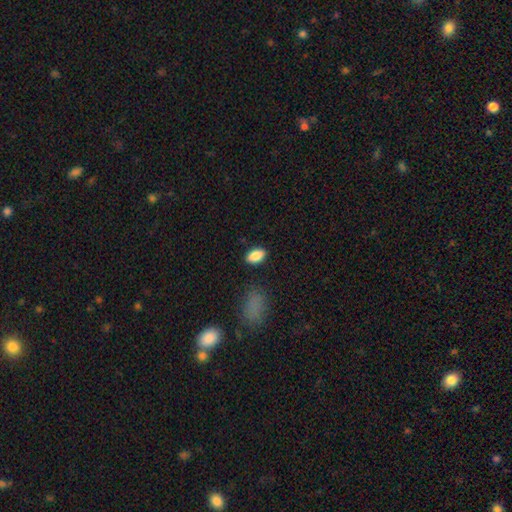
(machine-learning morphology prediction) Smooth or featured? smooth (87%)
How rounded? in between (92%)
Merging? none (86%)